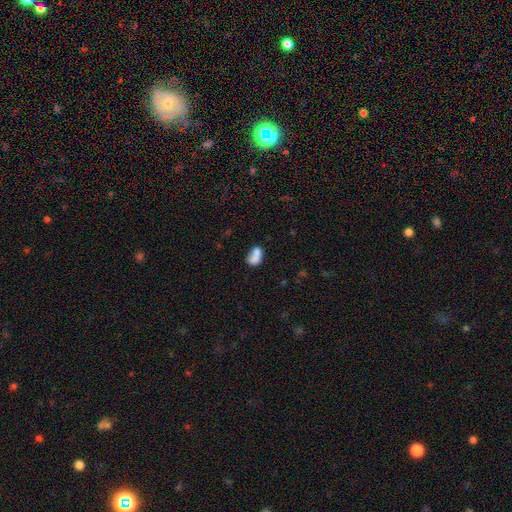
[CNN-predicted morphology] smooth-or-featured: smooth: 74% | featured or disk: 17% | star or artifact: 9%
  how-rounded: in between: 75% | round: 23% | cigar-shaped: 2%
  merging: merger: 56% | none: 25% | minor disturbance: 12% | major disturbance: 7%